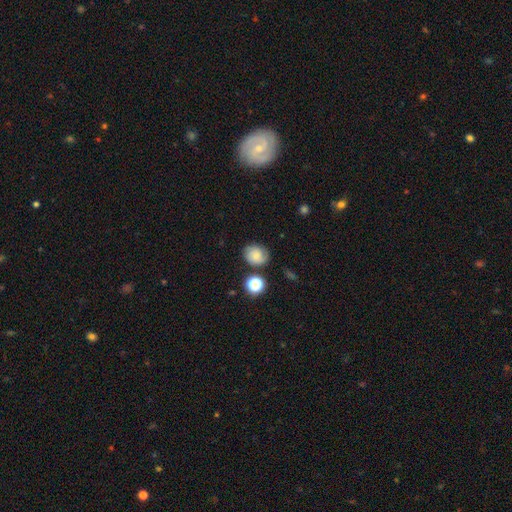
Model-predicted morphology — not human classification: The model was most divided on "how rounded": round: 61%, in between: 38%, cigar-shaped: 1%. More confident: merging — none (71%); smooth or featured — smooth (64%).